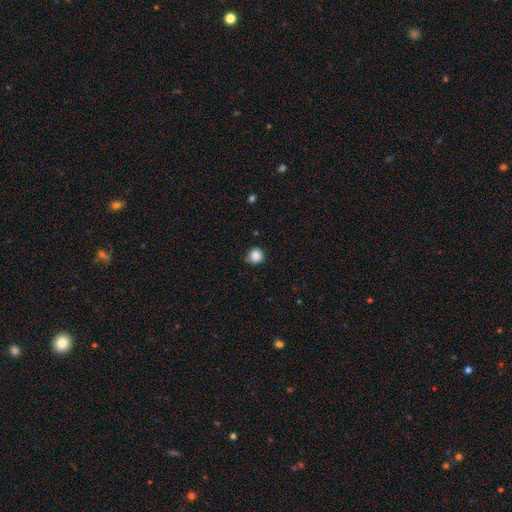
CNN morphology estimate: A smooth galaxy with no disk features (86%) that is round (94%). Merging: none (78%).